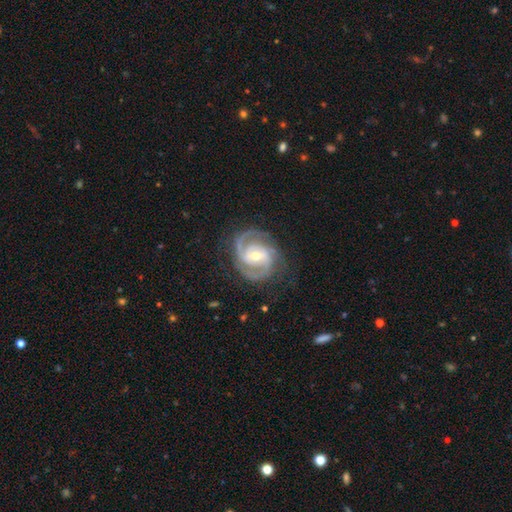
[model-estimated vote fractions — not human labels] Smooth or featured? Predicted: featured or disk (p=0.91). Edge-on disk? Predicted: no (p=0.98). Bar? Predicted: no (p=0.42). Spiral arms? Predicted: yes (p=0.98). Spiral winding? Predicted: tight (p=0.53). Spiral arm count? Predicted: 2 (p=0.69). Bulge size? Predicted: moderate (p=0.58). Merging? Predicted: none (p=0.76).